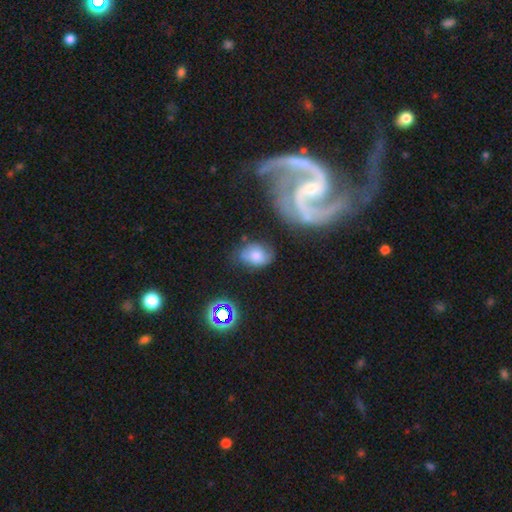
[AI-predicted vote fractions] Smooth or featured? Predicted: smooth (p=0.63). How rounded? Predicted: in between (p=0.72). Merging? Predicted: none (p=0.55).